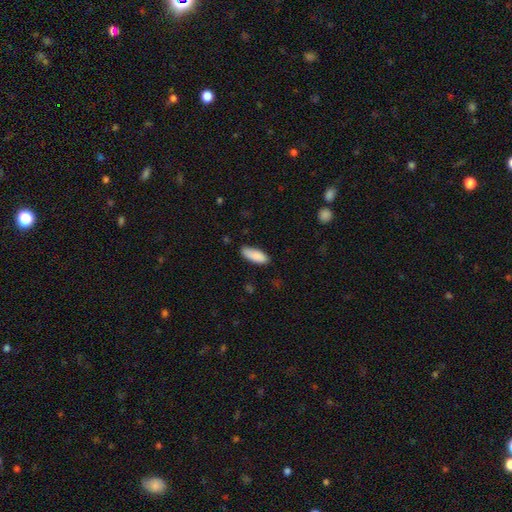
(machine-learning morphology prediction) This is clearly a smooth galaxy (89%). How rounded: likely in between (73%). Merging: likely none (79%).